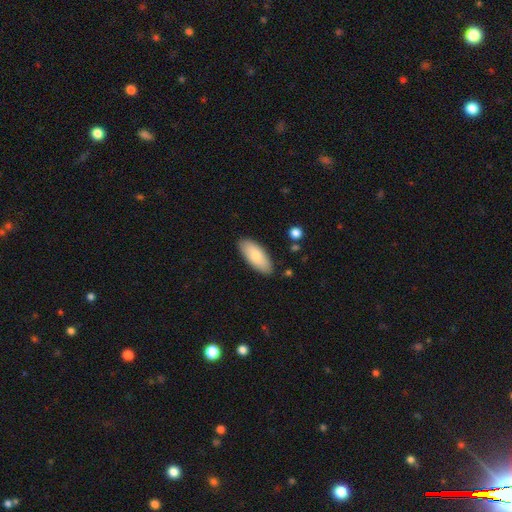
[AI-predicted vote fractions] This appears to be a smooth galaxy with no disk features (79%) that is in between round and cigar-shaped (83%). Merging: none (86%).